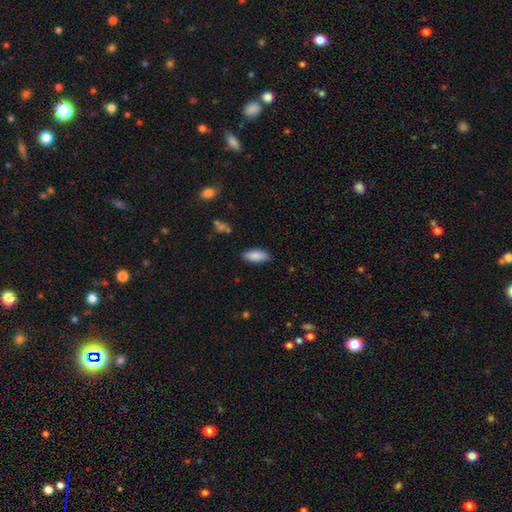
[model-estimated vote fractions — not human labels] This appears to be a smooth galaxy with no disk features (87%) that is in between round and cigar-shaped (83%). Merging: none (86%).